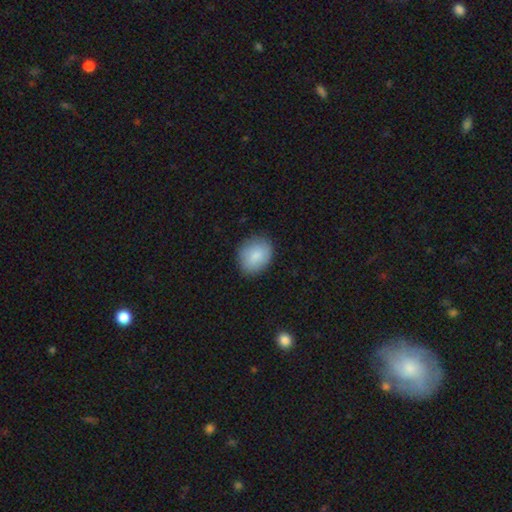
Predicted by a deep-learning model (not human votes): Overall: smooth (84%). How rounded: in between (59%; round 40%). Merging: none (83%).